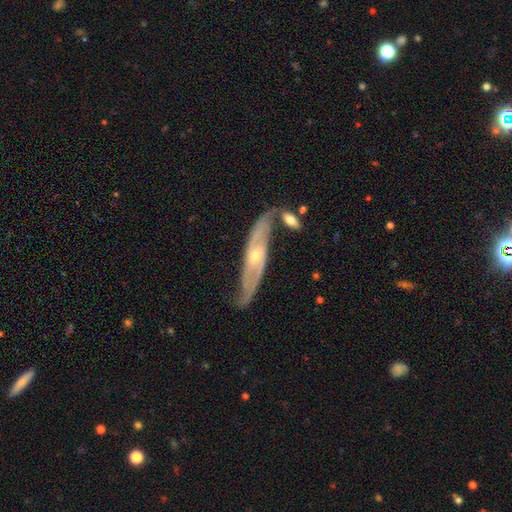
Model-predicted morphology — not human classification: A featured or disk galaxy (83%) with no bar (47%), 2 (75%) medium (42%) spiral arms (92%) and a small central bulge (58%). Merging: none (67%).